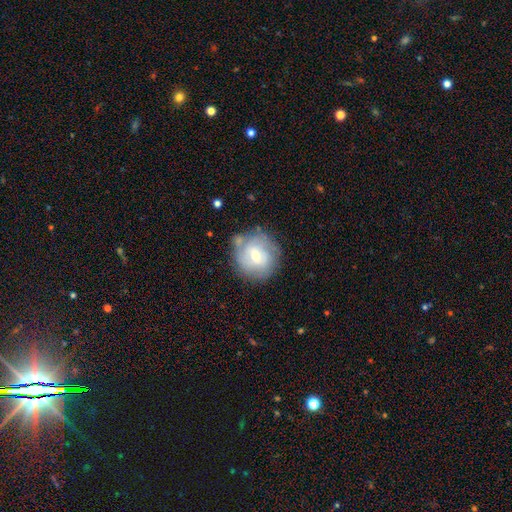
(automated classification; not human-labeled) This appears to be a featured or disk galaxy (51%). Merging: none (67%).